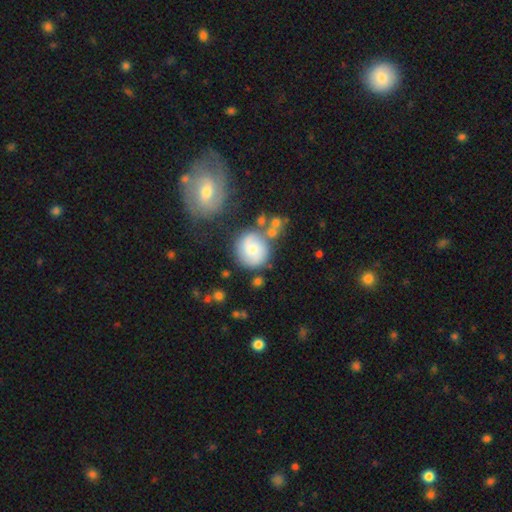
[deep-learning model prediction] The model was most divided on "smooth or featured": smooth: 55%, featured or disk: 36%, star or artifact: 9%. More confident: how rounded — round (87%); merging — none (66%).